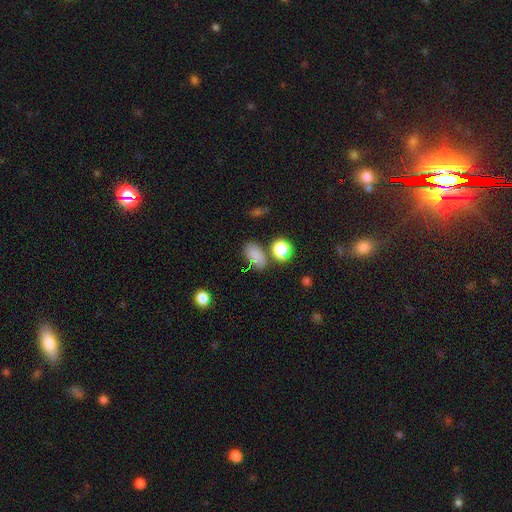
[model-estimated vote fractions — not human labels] The model was most divided on "merging": none: 66%, minor disturbance: 17%, merger: 12%, major disturbance: 6%. More confident: how rounded — in between (82%); smooth or featured — smooth (76%).